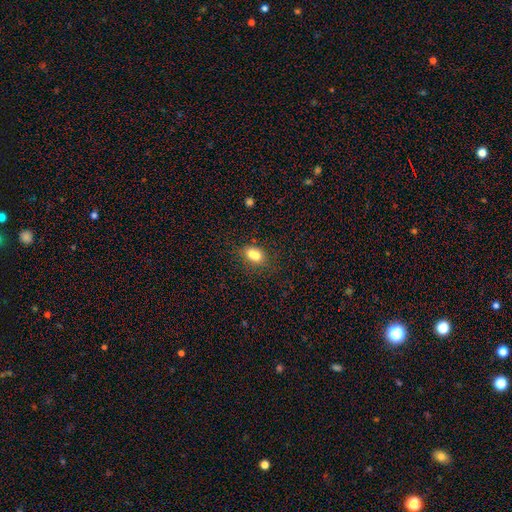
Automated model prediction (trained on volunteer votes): Q: Smooth or featured?
A: smooth (73%); runner-up: featured or disk (15%)
Q: How rounded?
A: in between (68%); runner-up: round (29%)
Q: Merging?
A: merger (41%); runner-up: none (39%)